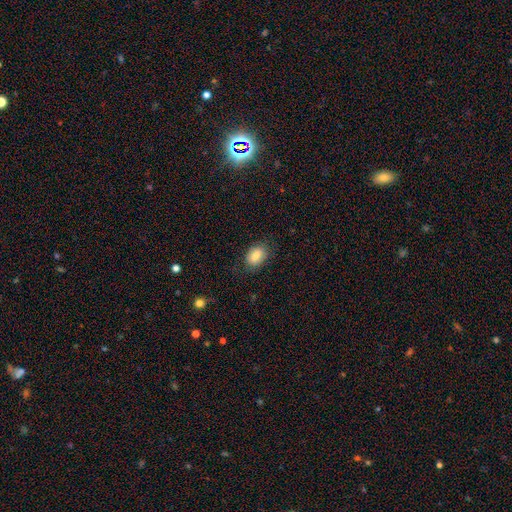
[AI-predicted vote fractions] This appears to be a smooth galaxy with no disk features (82%) that is in between round and cigar-shaped (81%). Merging: none (78%).